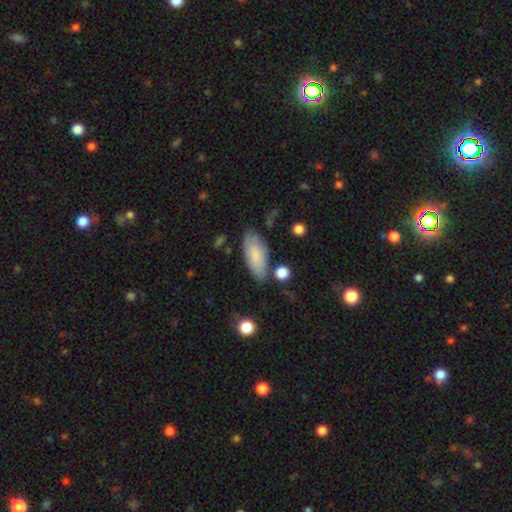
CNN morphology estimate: This appears to be a smooth galaxy with no disk features (79%) that is in between round and cigar-shaped (86%). Merging: none (70%).